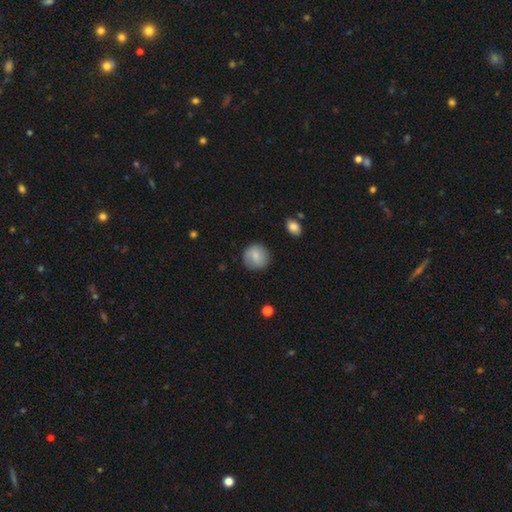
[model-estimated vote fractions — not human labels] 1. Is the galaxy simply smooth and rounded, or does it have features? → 79% smooth, 13% featured or disk, 7% star or artifact.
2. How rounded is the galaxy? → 90% round, 9% in between, 1% cigar-shaped.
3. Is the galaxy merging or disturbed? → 84% none, 12% minor disturbance, 3% major disturbance, 1% merger.